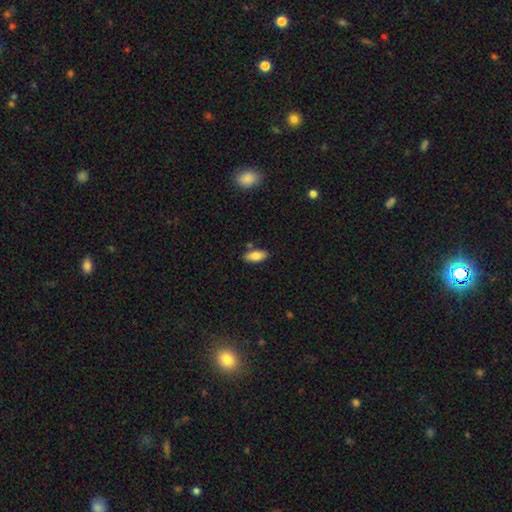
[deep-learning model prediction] This appears to be a smooth galaxy with no disk features (85%) that is in between round and cigar-shaped (81%). Merging: none (81%).